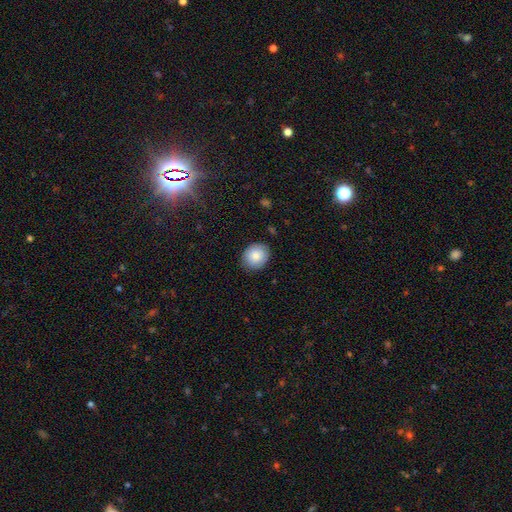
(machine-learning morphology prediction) Smooth or featured: smooth — 82% (featured or disk — 11%)
How rounded: round — 67% (in between — 32%)
Merging: none — 85% (minor disturbance — 11%)